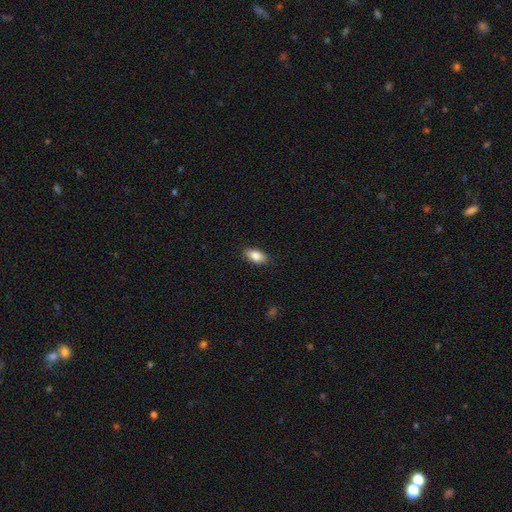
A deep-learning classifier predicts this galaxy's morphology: A smooth galaxy with no disk features (85%) that is in between round and cigar-shaped (91%). Merging: none (88%).